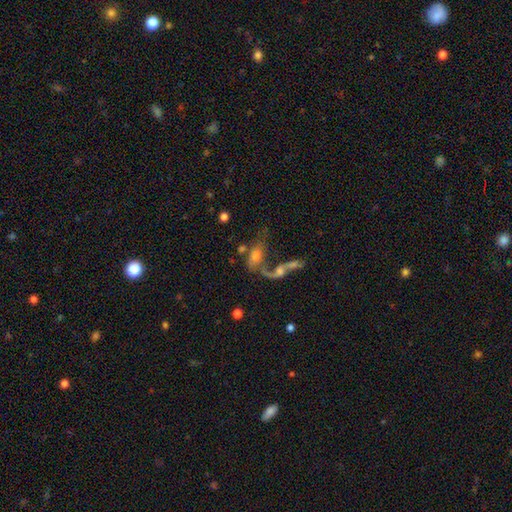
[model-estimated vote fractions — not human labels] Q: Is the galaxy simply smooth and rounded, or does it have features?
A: featured or disk — 46%.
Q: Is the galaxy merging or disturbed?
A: merger — 54%.